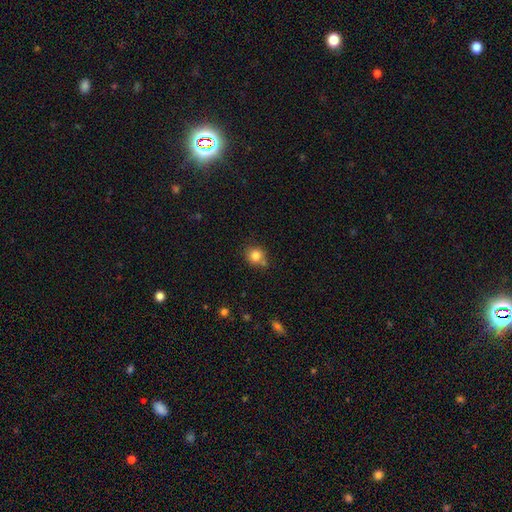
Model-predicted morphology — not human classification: Smooth or featured? smooth (83%)
How rounded? round (84%)
Merging? none (64%)